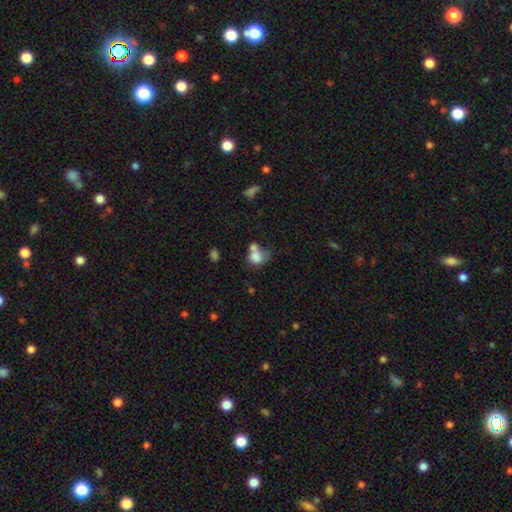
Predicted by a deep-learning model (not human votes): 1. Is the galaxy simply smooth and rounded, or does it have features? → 74% smooth, 16% featured or disk, 10% star or artifact.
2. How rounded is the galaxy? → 59% in between, 40% round, 1% cigar-shaped.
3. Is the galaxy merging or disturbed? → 47% merger, 22% none, 15% minor disturbance, 15% major disturbance.